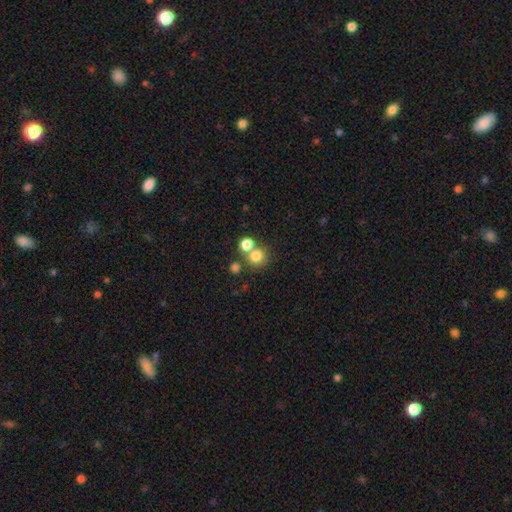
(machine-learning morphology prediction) type=smooth (78%); roundness=round (87%); merging=none (57%).